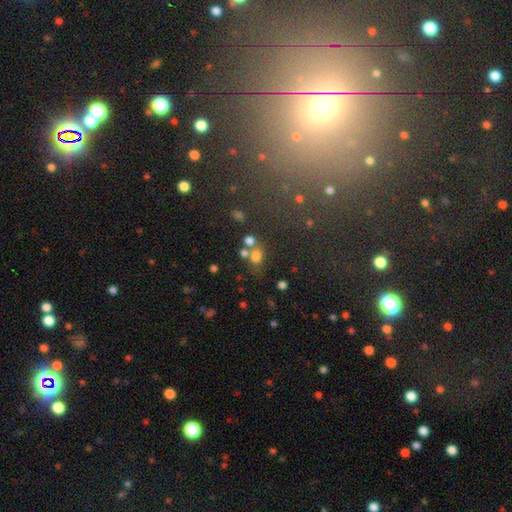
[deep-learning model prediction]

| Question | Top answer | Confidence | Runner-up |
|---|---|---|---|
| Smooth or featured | smooth | 70% | star or artifact (19%) |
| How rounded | round | 65% | in between (33%) |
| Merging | none | 49% | merger (33%) |